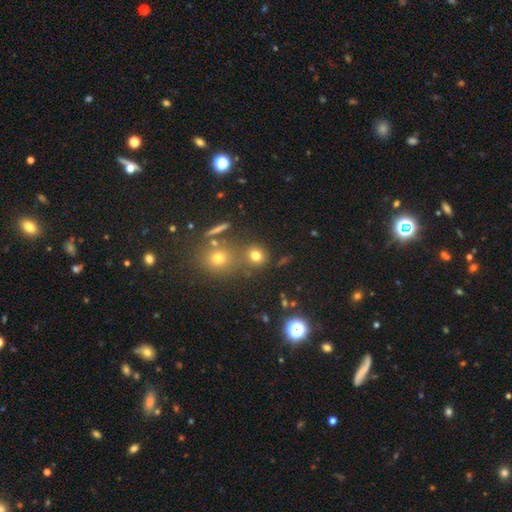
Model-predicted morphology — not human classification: Overall: smooth (72%). How rounded: round (83%). Merging: none (67%).